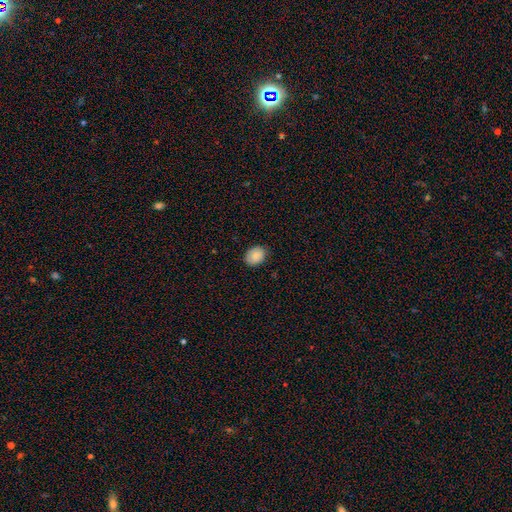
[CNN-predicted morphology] This is clearly a smooth galaxy (85%). How rounded: likely in between (64%). Merging: clearly none (83%).